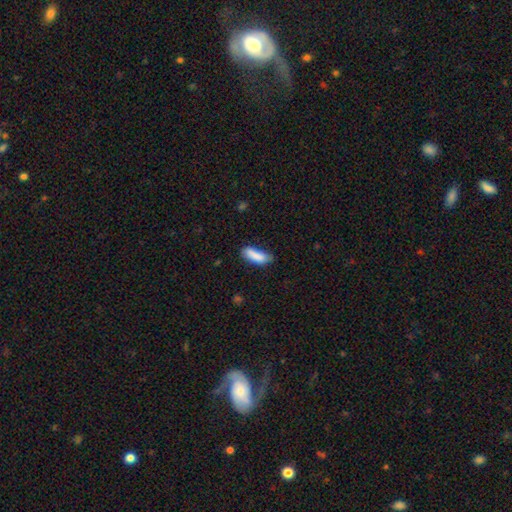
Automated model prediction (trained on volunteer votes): Smooth or featured? Predicted: smooth (p=0.85). How rounded? Predicted: in between (p=0.60). Merging? Predicted: none (p=0.58).